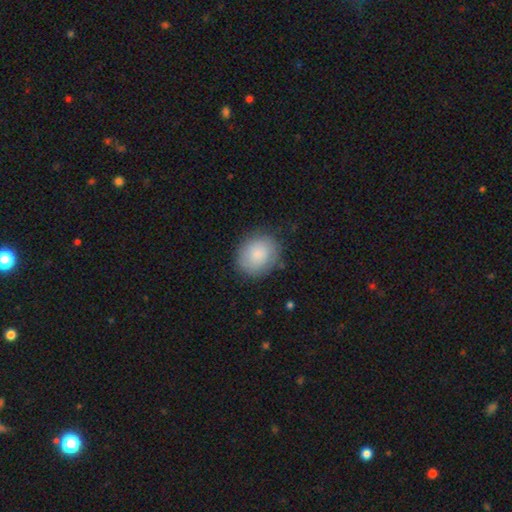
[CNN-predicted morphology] Smooth or featured?
  - smooth: 84% *
  - featured or disk: 9%
  - star or artifact: 7%
How rounded?
  - round: 66% *
  - in between: 33%
  - cigar-shaped: 1%
Merging?
  - none: 79% *
  - minor disturbance: 15%
  - major disturbance: 4%
  - merger: 1%